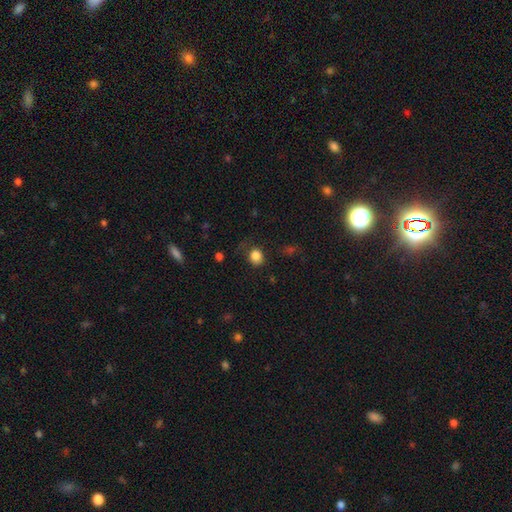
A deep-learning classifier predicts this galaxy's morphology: The model was most divided on "how rounded": round: 74%, in between: 25%, cigar-shaped: 1%. More confident: smooth or featured — smooth (84%); merging — none (74%).